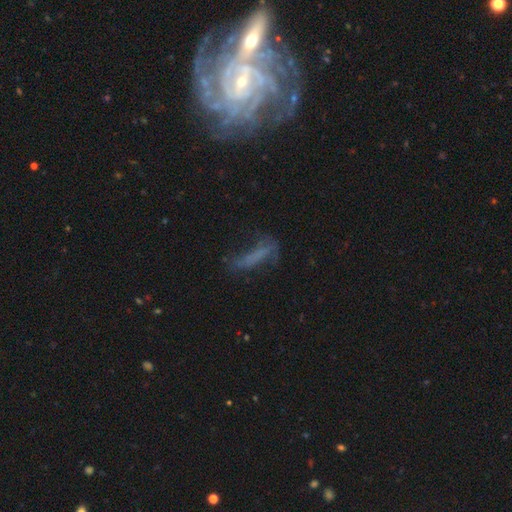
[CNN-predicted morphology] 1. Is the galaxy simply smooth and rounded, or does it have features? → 44% smooth, 36% featured or disk, 20% star or artifact.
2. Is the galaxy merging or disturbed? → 41% none, 29% major disturbance, 25% minor disturbance, 5% merger.